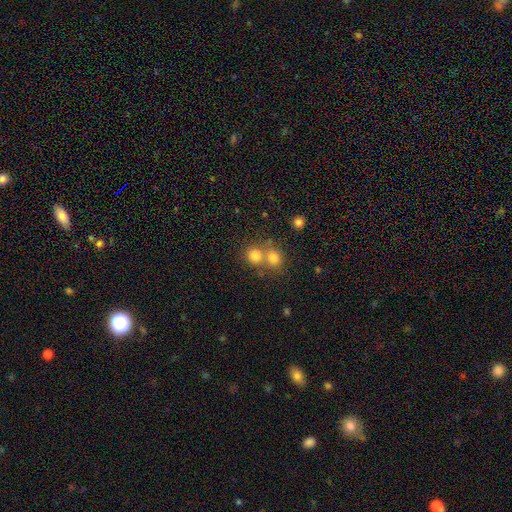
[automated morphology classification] Smooth or featured? smooth (78%)
How rounded? round (86%)
Merging? none (48%)